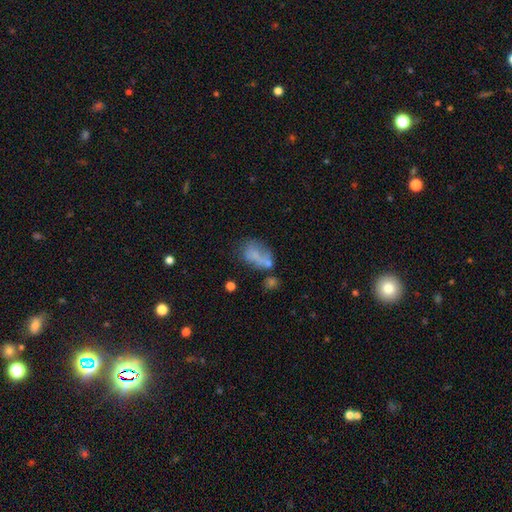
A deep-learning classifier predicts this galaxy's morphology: Smooth or featured?
  - smooth: 58% *
  - featured or disk: 29%
  - star or artifact: 13%
How rounded?
  - in between: 79% *
  - round: 19%
  - cigar-shaped: 3%
Merging?
  - none: 28% *
  - merger: 27%
  - major disturbance: 24%
  - minor disturbance: 21%